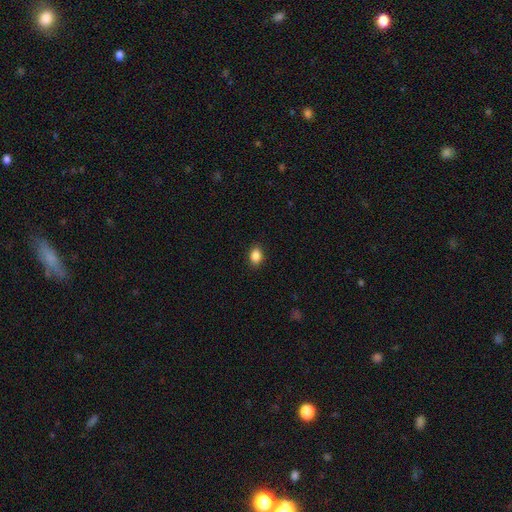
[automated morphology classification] smooth_or_featured: smooth (p=0.88) [alt: star or artifact p=0.09]
how_rounded: in between (p=0.79) [alt: round p=0.20]
merging: none (p=0.89) [alt: minor disturbance p=0.08]